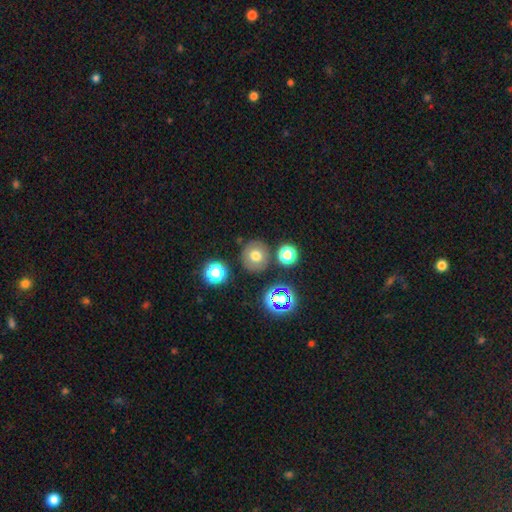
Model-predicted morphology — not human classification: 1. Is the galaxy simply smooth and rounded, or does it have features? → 67% smooth, 18% star or artifact, 15% featured or disk.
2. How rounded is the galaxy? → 90% round, 9% in between, 1% cigar-shaped.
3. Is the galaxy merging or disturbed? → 79% none, 10% minor disturbance, 8% merger, 4% major disturbance.